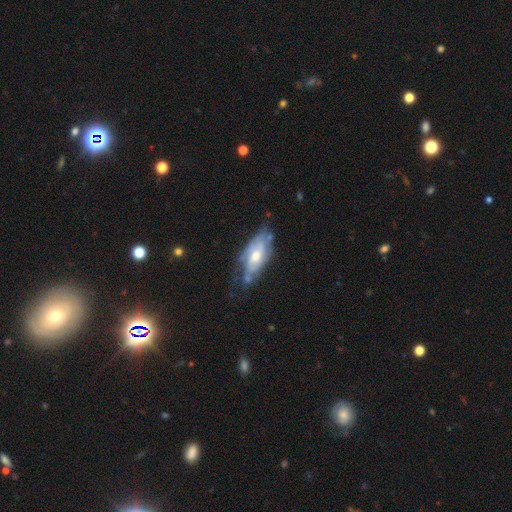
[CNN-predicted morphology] featured or disk 69%, smooth 25%, star or artifact 6%. Down the decision tree: edge-on disk — no (86%); bar — no (62%); spiral arms — yes (77%); bulge size — moderate (64%); merging — none (48%).